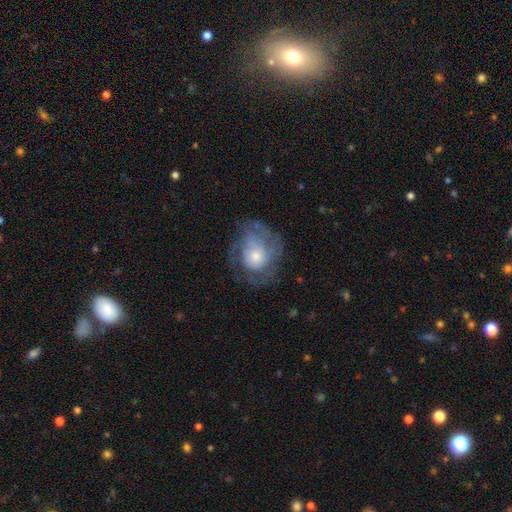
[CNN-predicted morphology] featured or disk 58%, smooth 34%, star or artifact 8%. Down the decision tree: edge-on disk — no (97%); bar — no (84%); spiral arms — yes (69%); bulge size — moderate (47%); merging — none (58%).